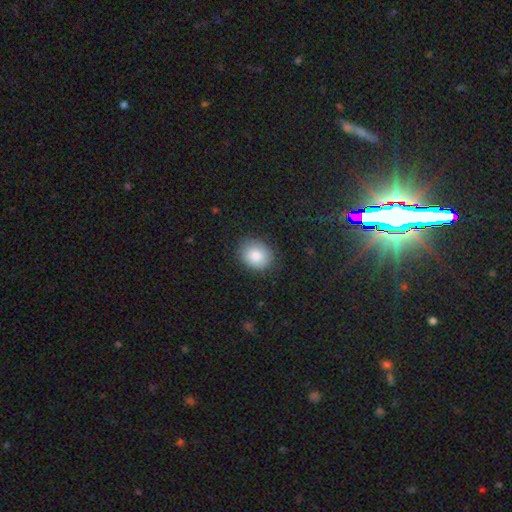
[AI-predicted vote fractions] The model was most divided on "how rounded": round: 56%, in between: 43%, cigar-shaped: 1%. More confident: smooth or featured — smooth (84%); merging — none (84%).